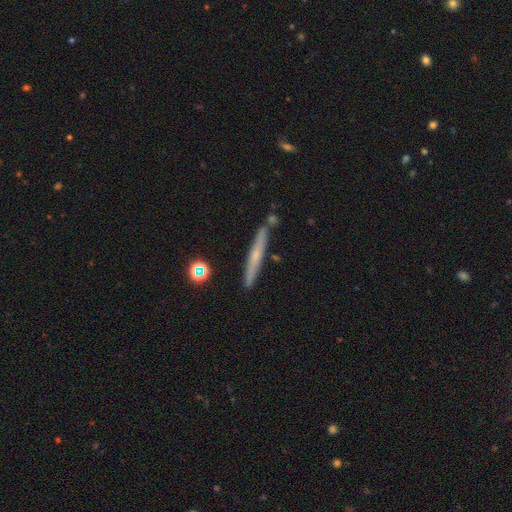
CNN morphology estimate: A featured or disk galaxy (49%). Merging: none (83%).